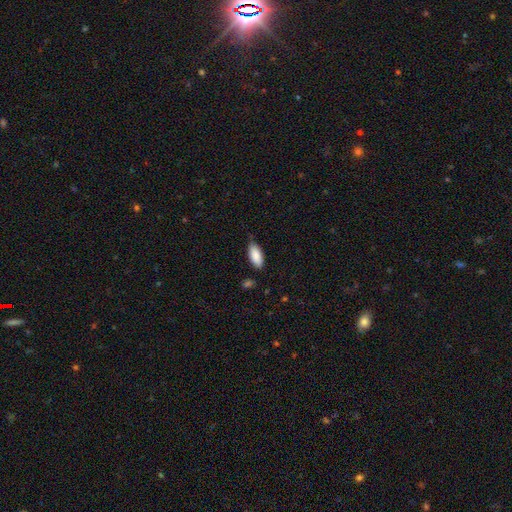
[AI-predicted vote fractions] Smooth or featured? Predicted: smooth (p=0.88). How rounded? Predicted: in between (p=0.87). Merging? Predicted: none (p=0.73).